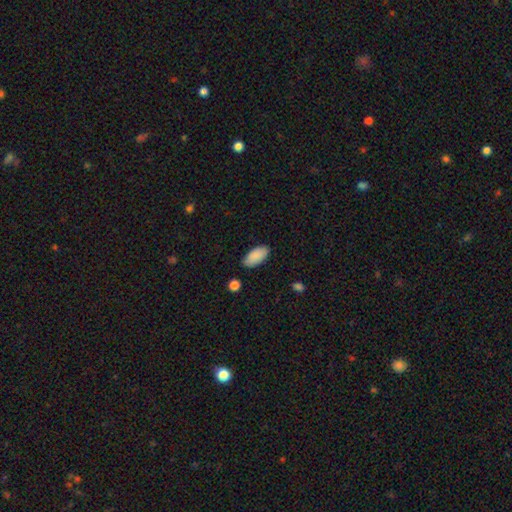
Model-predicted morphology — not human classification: Smooth or featured? Predicted: smooth (p=0.89). How rounded? Predicted: in between (p=0.93). Merging? Predicted: none (p=0.84).